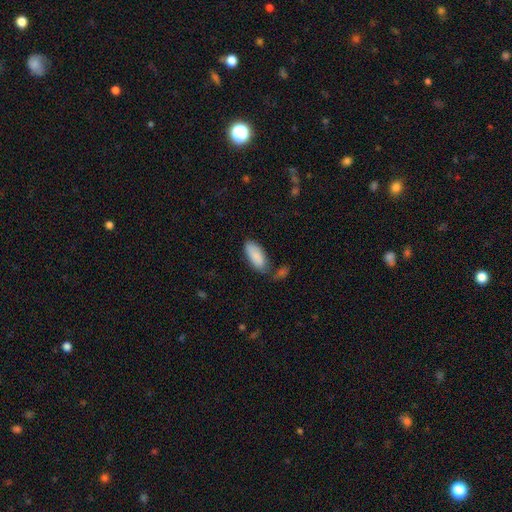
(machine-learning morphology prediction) smooth-or-featured: smooth: 87% | featured or disk: 7% | star or artifact: 6%
  how-rounded: in between: 88% | cigar-shaped: 10% | round: 2%
  merging: none: 60% | minor disturbance: 22% | merger: 11% | major disturbance: 7%